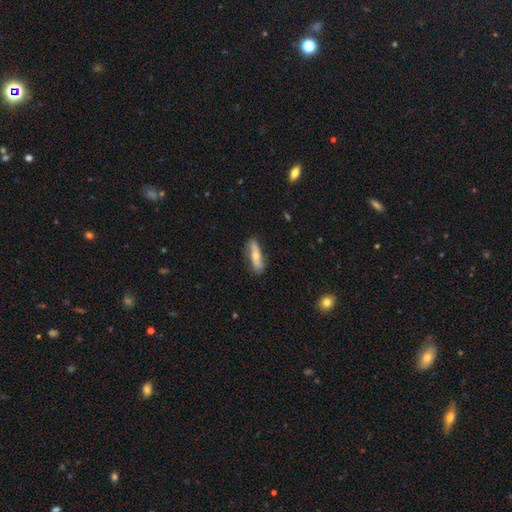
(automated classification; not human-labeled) A smooth galaxy with no disk features (55%) that is cigar-shaped (54%). Merging: none (81%).